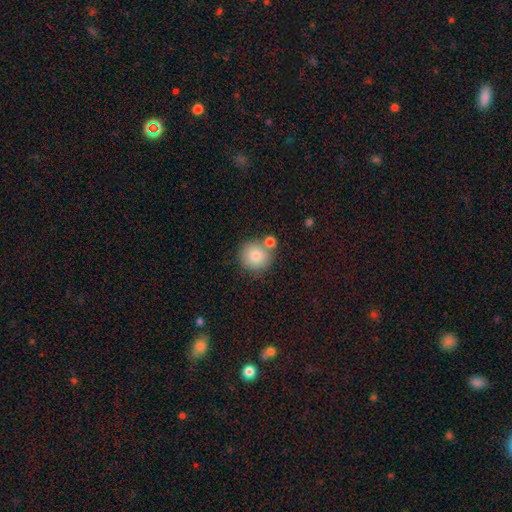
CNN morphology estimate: Overall: smooth (82%). How rounded: round (93%). Merging: none (68%).